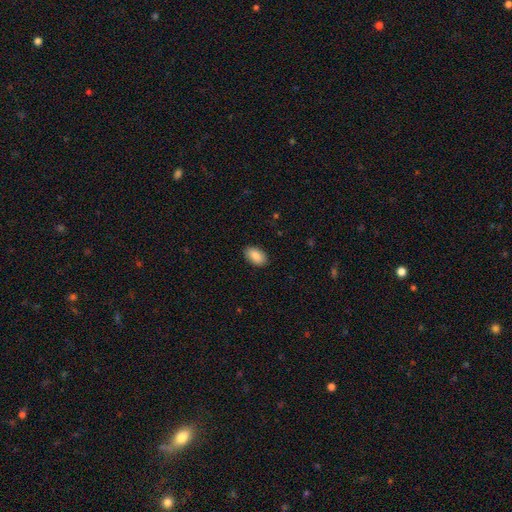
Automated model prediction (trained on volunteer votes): Morphology: type=smooth (87%); roundness=in between (93%); merging=none (89%).